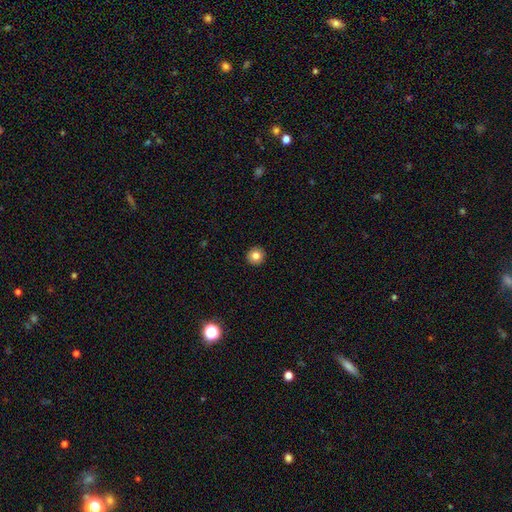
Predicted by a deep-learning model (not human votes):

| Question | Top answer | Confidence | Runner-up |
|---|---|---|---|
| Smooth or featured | smooth | 83% | star or artifact (10%) |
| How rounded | round | 95% | in between (4%) |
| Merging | none | 93% | minor disturbance (4%) |